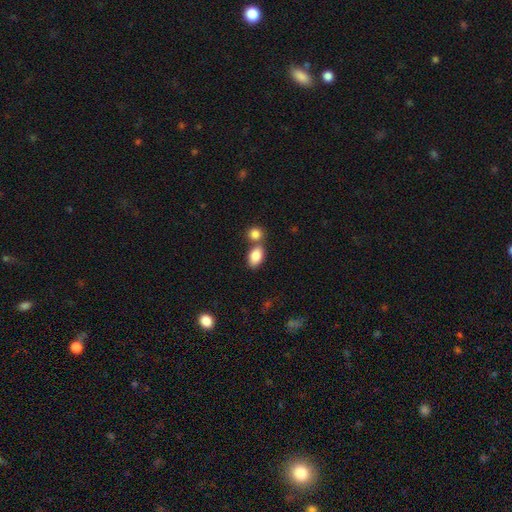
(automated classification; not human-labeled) This is clearly a smooth galaxy (85%). How rounded: clearly in between (86%). Merging: possibly none (48%).